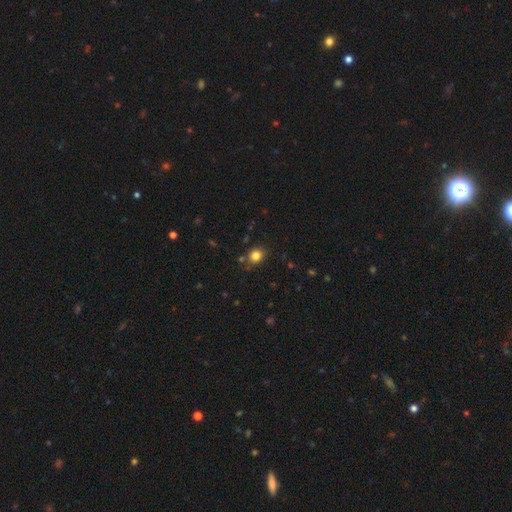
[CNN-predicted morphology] type=smooth (82%); roundness=round (71%); merging=none (80%).